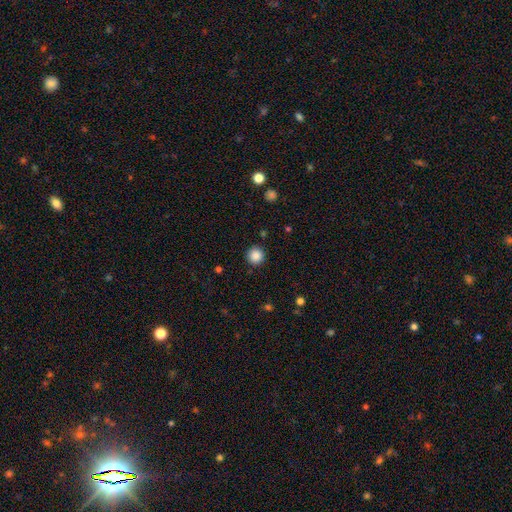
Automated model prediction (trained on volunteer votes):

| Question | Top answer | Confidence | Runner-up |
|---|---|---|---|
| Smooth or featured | smooth | 87% | star or artifact (10%) |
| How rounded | round | 95% | in between (4%) |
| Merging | none | 91% | minor disturbance (5%) |